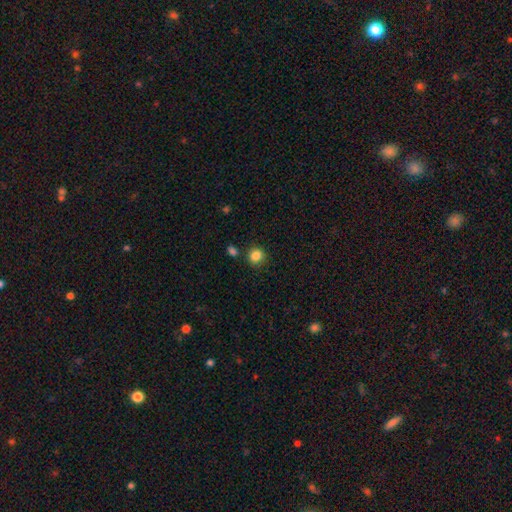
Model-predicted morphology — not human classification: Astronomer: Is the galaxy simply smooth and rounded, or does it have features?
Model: smooth — 85%.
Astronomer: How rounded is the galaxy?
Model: round — 78%.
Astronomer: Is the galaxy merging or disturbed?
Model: none — 83%.